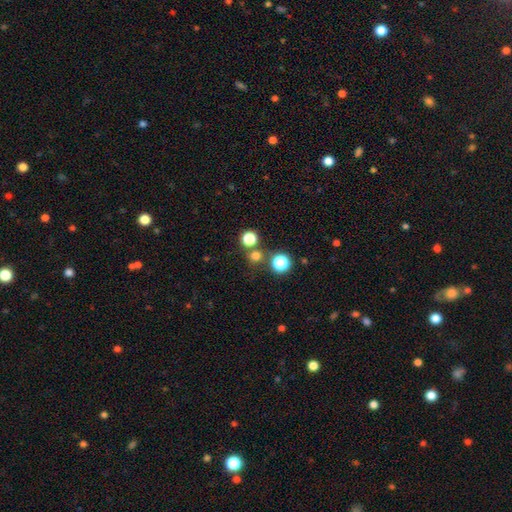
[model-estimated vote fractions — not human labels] A smooth galaxy with no disk features (70%) that is round (91%).

Vote fractions:
- Smooth or featured? smooth: 70% / star or artifact: 24% / featured or disk: 6%
- How rounded? round: 91% / in between: 8% / cigar-shaped: 1%
- Merging? none: 75% / merger: 15% / minor disturbance: 7% / major disturbance: 3%